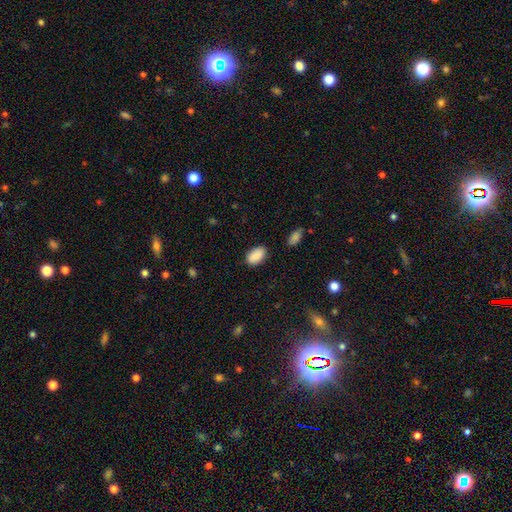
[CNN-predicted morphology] type=smooth (90%); roundness=in between (93%); merging=none (84%).